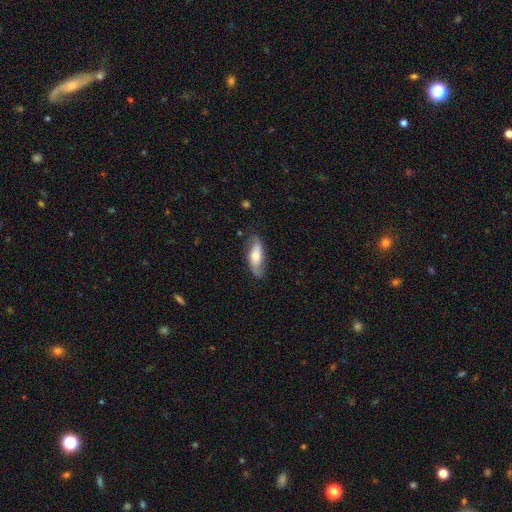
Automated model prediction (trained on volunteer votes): smooth-or-featured: featured or disk: 53% | smooth: 41% | star or artifact: 6%
  disk-edge-on: no: 81% | yes: 19%
  merging: none: 73% | minor disturbance: 20% | major disturbance: 6% | merger: 2%